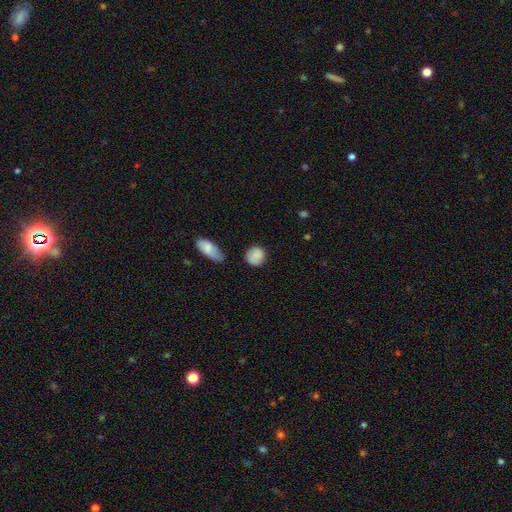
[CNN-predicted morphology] Smooth or featured? Predicted: smooth (p=0.85). How rounded? Predicted: round (p=0.83). Merging? Predicted: none (p=0.73).